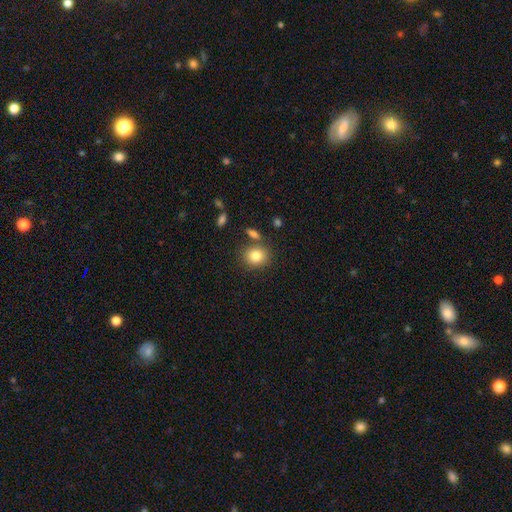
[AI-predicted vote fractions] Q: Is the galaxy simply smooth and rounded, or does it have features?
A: smooth — 82%.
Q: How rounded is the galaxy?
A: round — 71%.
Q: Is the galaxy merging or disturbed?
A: none — 76%.